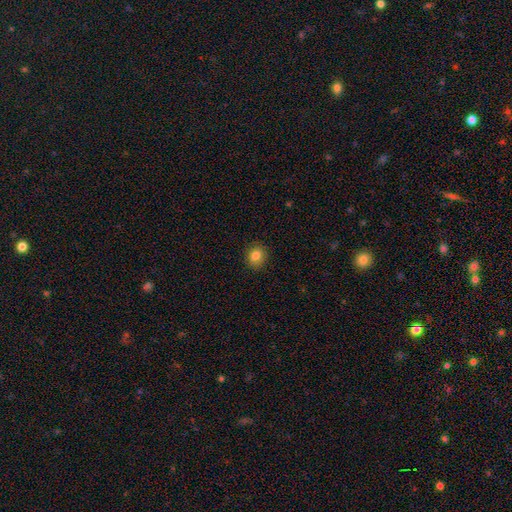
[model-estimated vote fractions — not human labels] Smooth or featured? Predicted: smooth (p=0.83). How rounded? Predicted: round (p=0.71). Merging? Predicted: none (p=0.90).